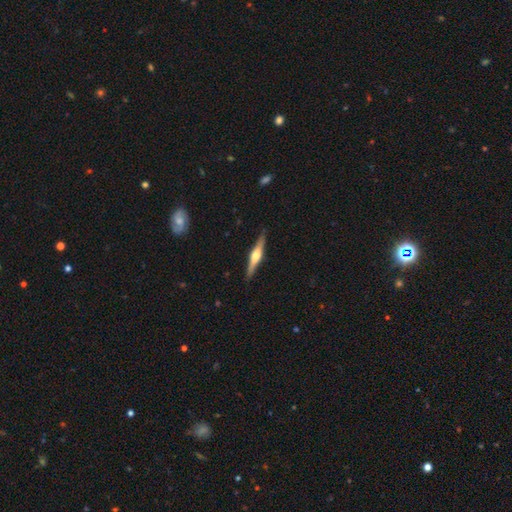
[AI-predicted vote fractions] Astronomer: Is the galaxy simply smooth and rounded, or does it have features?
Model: featured or disk — 73%.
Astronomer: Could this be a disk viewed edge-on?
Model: yes — 98%.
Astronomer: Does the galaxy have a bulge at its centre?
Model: rounded — 92%.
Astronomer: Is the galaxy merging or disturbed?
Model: none — 90%.